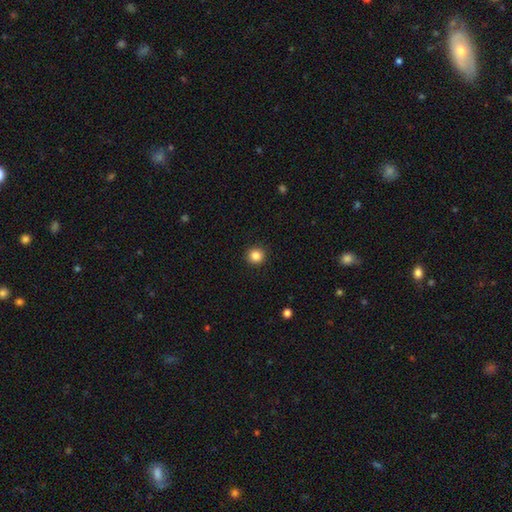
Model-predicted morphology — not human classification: This appears to be a smooth galaxy with no disk features (85%) that is round (93%). Merging: none (92%).